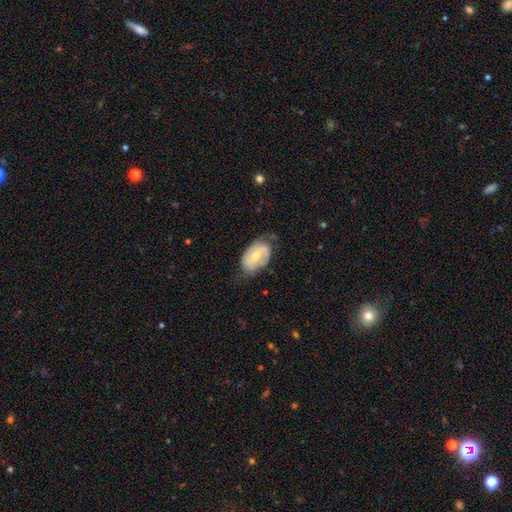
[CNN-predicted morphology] This is possibly a featured or disk galaxy (57%). It is clearly not viewed edge-on (95%). Bar: possibly no (46%). Spiral arm pattern: likely yes (77%). Central bulge: possibly moderate (53%). Merging: possibly none (56%).